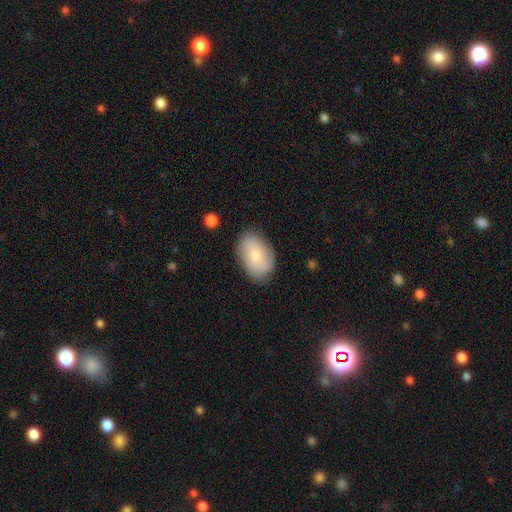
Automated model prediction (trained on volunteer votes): Q: Smooth or featured?
A: smooth (68%); runner-up: featured or disk (25%)
Q: How rounded?
A: in between (87%); runner-up: round (12%)
Q: Merging?
A: none (81%); runner-up: minor disturbance (14%)